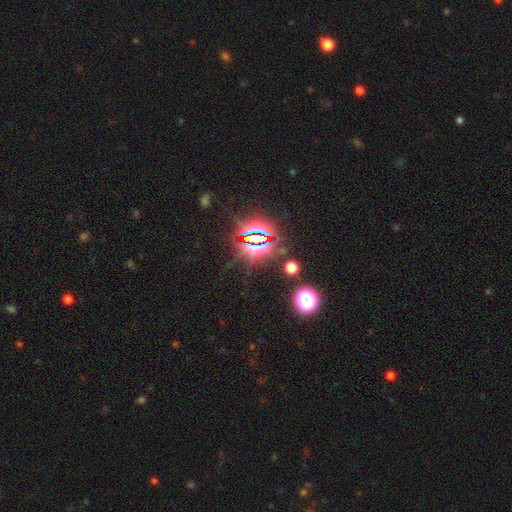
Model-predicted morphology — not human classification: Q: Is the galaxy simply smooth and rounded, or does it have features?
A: star or artifact — 83%.